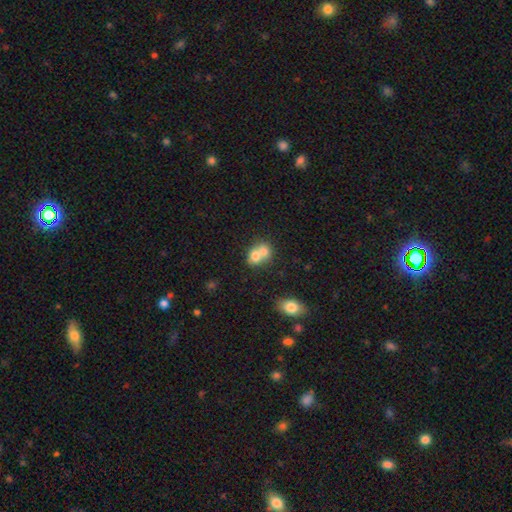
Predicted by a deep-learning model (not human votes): Q: Smooth or featured?
A: smooth (71%); runner-up: featured or disk (20%)
Q: How rounded?
A: round (51%); runner-up: in between (47%)
Q: Merging?
A: merger (68%); runner-up: none (22%)